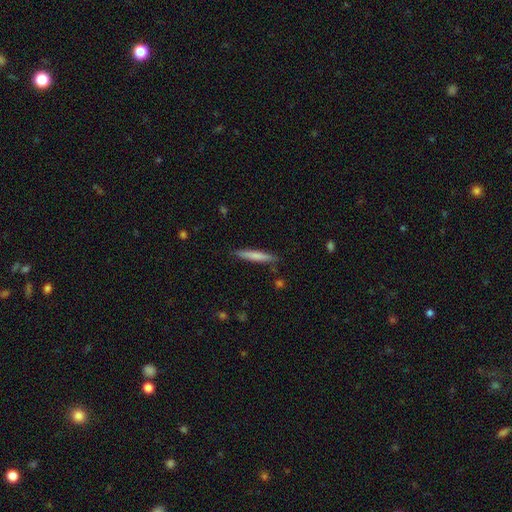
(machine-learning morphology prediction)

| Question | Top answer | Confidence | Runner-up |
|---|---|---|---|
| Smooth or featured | smooth | 70% | featured or disk (24%) |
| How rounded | cigar-shaped | 94% | in between (5%) |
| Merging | none | 86% | minor disturbance (10%) |